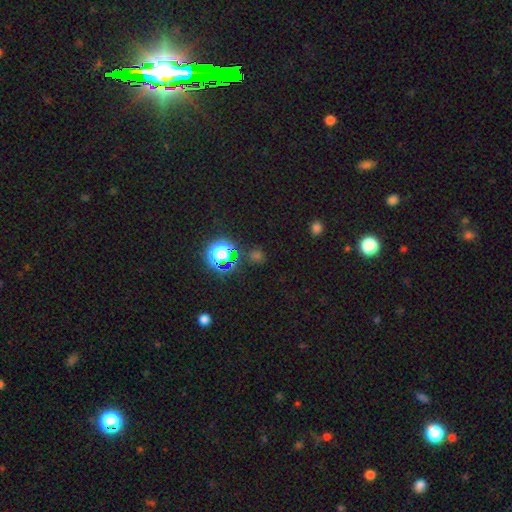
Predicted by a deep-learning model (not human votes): Smooth or featured? star or artifact (56%)